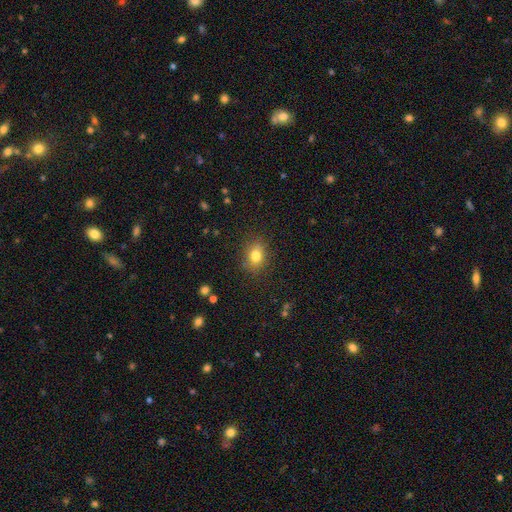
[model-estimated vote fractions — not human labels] Smooth or featured? Predicted: smooth (p=0.80). How rounded? Predicted: in between (p=0.63). Merging? Predicted: none (p=0.84).